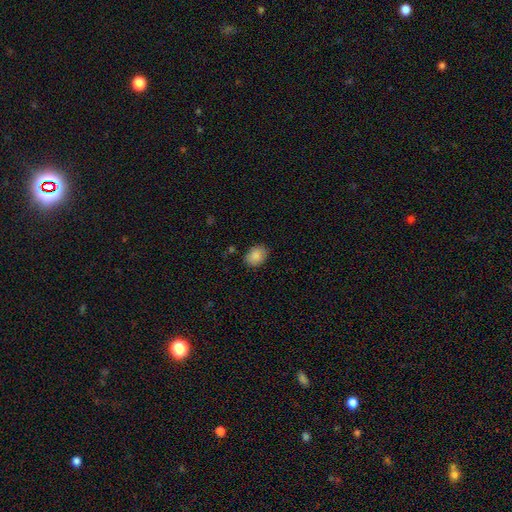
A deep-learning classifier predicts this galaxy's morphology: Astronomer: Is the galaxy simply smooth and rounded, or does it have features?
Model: smooth — 87%.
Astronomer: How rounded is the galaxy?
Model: in between — 68%.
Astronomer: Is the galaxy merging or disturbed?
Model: none — 82%.